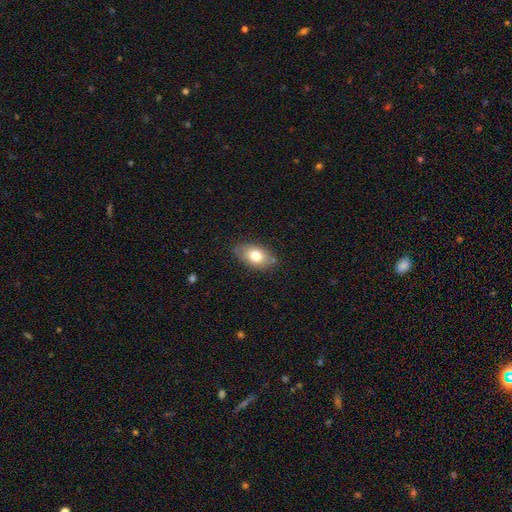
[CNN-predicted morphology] The model was most divided on "smooth or featured": smooth: 76%, featured or disk: 16%, star or artifact: 8%. More confident: how rounded — in between (88%); merging — none (78%).